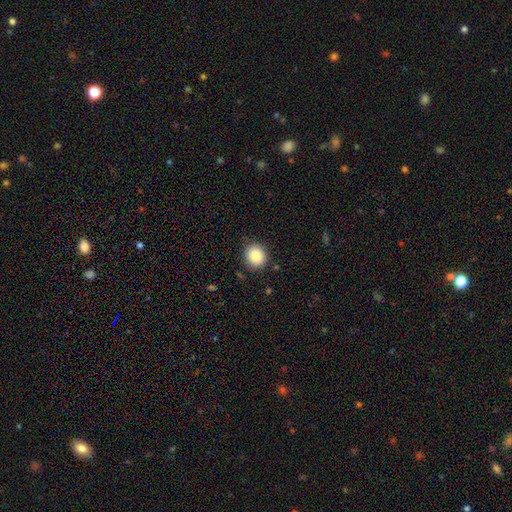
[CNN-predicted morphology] Smooth or featured: smooth — 85% (star or artifact — 9%)
How rounded: round — 77% (in between — 22%)
Merging: none — 86% (minor disturbance — 10%)